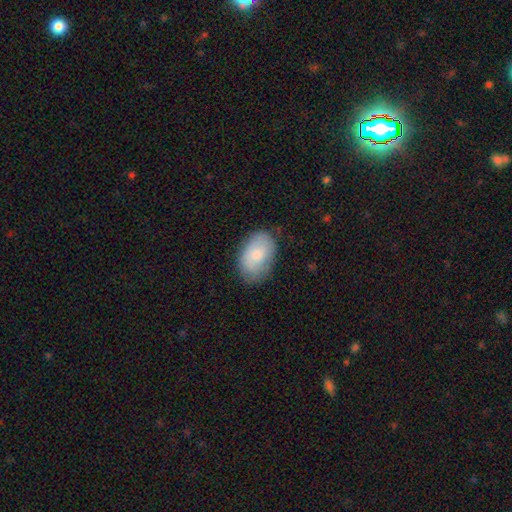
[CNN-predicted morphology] A smooth galaxy with no disk features (74%) that is in between round and cigar-shaped (90%).

Vote fractions:
- Smooth or featured? smooth: 74% / featured or disk: 19% / star or artifact: 6%
- How rounded? in between: 90% / round: 9% / cigar-shaped: 1%
- Merging? none: 73% / minor disturbance: 21% / major disturbance: 5% / merger: 1%